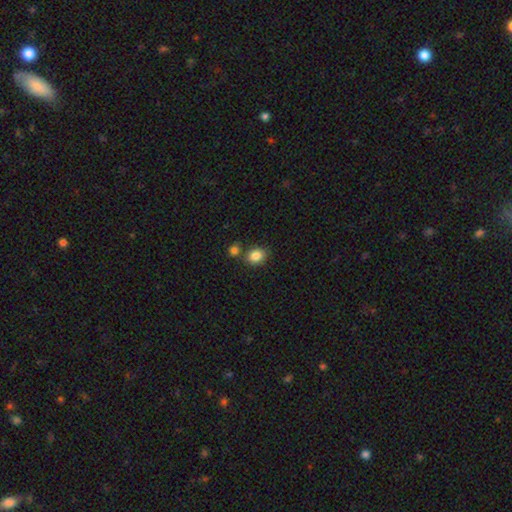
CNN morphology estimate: type=smooth (85%); roundness=round (55%); merging=none (68%).